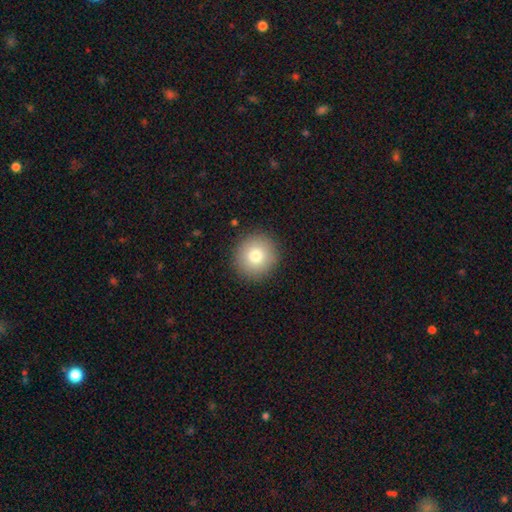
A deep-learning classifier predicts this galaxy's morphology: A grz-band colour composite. It shows a smooth galaxy with no disk features (80%) that is round (94%). Merging: none (91%).